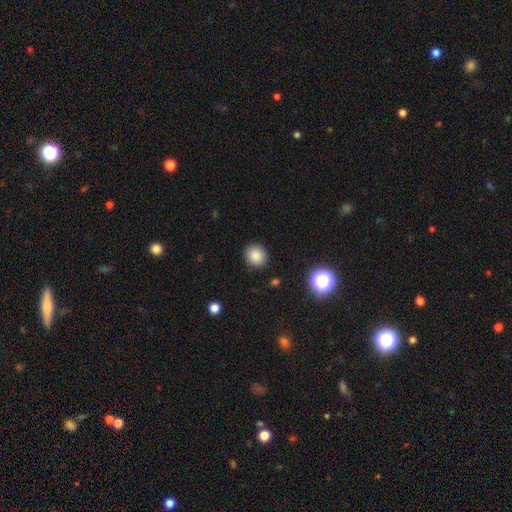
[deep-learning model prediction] Q: Smooth or featured?
A: smooth (86%); runner-up: star or artifact (11%)
Q: How rounded?
A: round (84%); runner-up: in between (15%)
Q: Merging?
A: none (90%); runner-up: minor disturbance (7%)